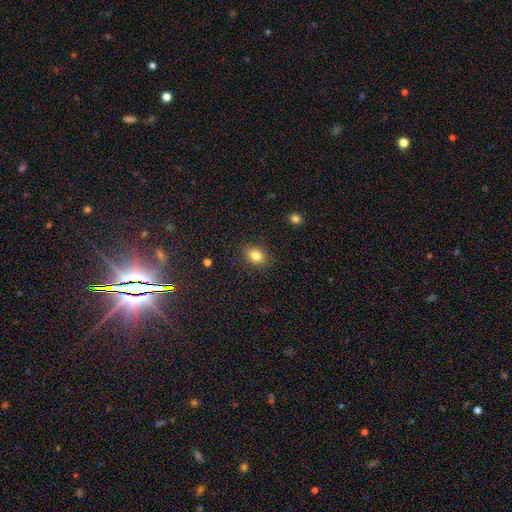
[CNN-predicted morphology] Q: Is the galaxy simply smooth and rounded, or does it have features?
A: smooth — 82%.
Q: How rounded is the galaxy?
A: in between — 68%.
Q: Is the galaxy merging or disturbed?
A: none — 86%.